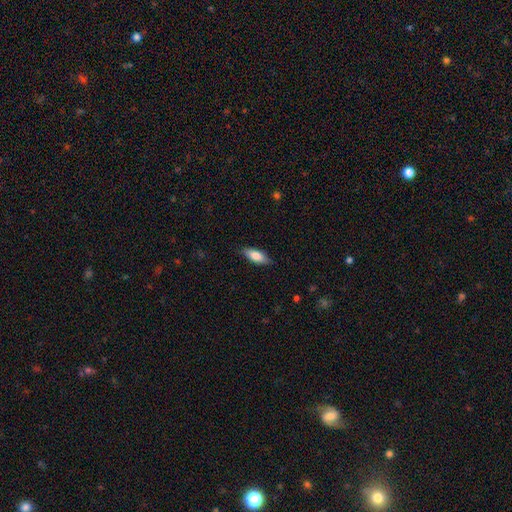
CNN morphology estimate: This is likely a smooth galaxy (80%). How rounded: likely in between (73%). Merging: clearly none (84%).